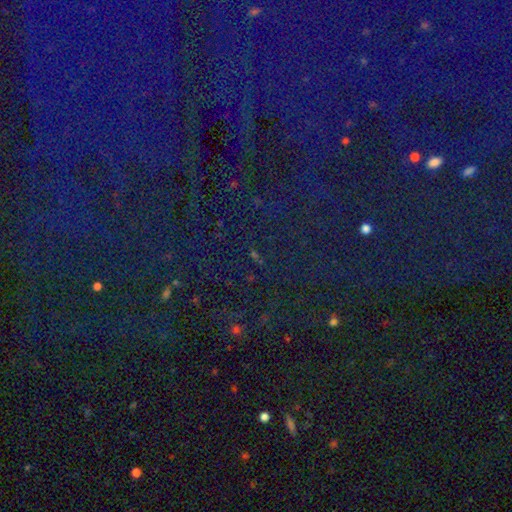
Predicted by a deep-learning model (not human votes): This appears to be a star or artifact, not a galaxy (83%).